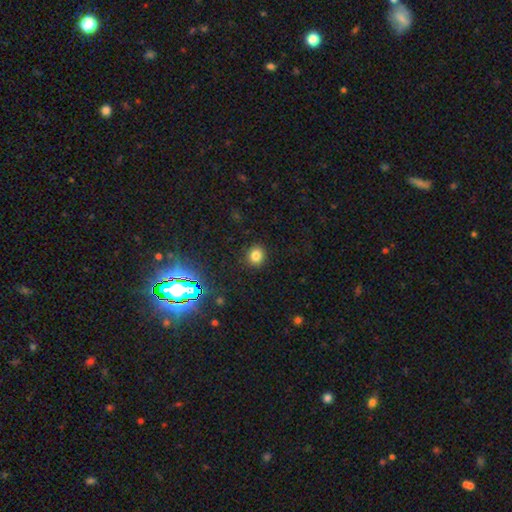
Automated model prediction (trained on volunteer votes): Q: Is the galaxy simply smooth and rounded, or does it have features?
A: smooth — 78%.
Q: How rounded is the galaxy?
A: round — 78%.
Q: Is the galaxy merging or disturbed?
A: none — 89%.